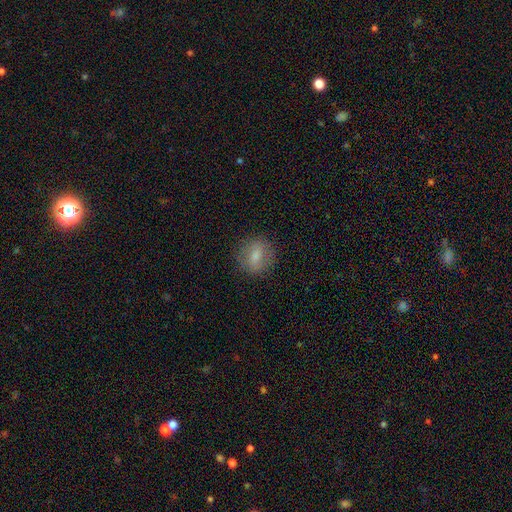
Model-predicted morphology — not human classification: smooth_or_featured: smooth (p=0.67) [alt: featured or disk p=0.24]
how_rounded: round (p=0.65) [alt: in between p=0.32]
merging: none (p=0.84) [alt: minor disturbance p=0.11]